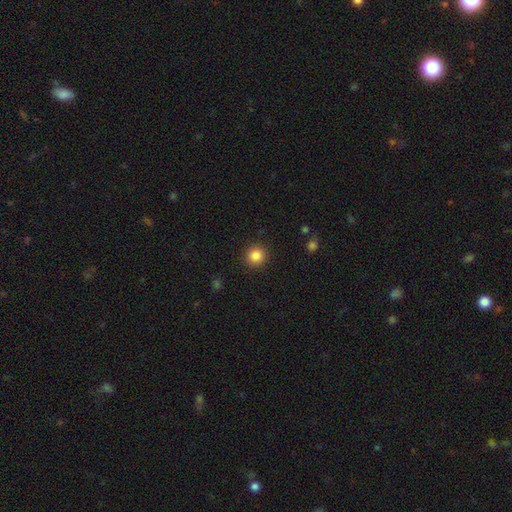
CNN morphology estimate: smooth-or-featured: smooth: 86% | star or artifact: 10% | featured or disk: 4%
  how-rounded: round: 93% | in between: 6% | cigar-shaped: 1%
  merging: none: 91% | minor disturbance: 6% | major disturbance: 2% | merger: 1%